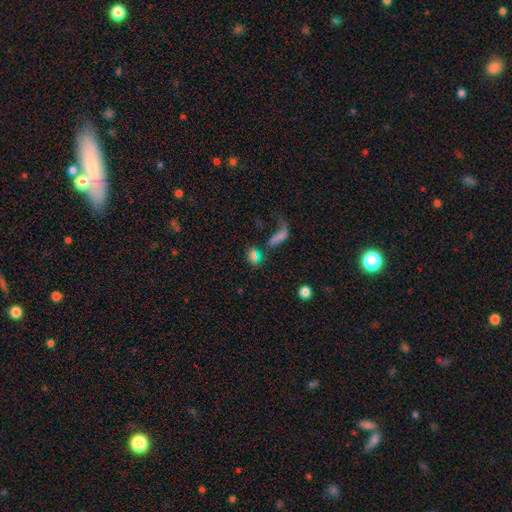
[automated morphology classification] smooth_or_featured: smooth (p=0.62) [alt: star or artifact p=0.21]
how_rounded: in between (p=0.61) [alt: round p=0.28]
merging: none (p=0.49) [alt: merger p=0.23]